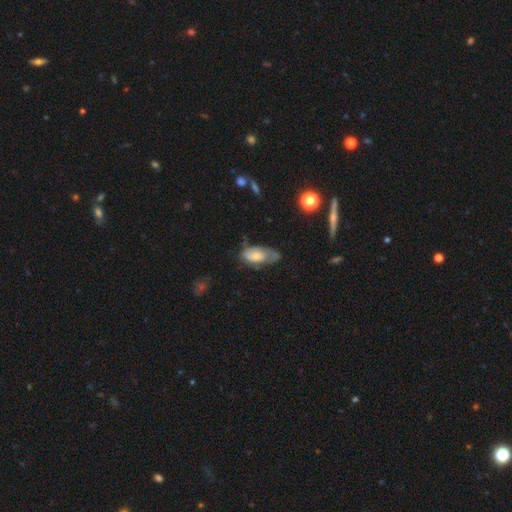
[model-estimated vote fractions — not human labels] The model was most divided on "merging": minor disturbance: 38%, none: 37%, major disturbance: 22%, merger: 3%. More confident: how rounded — in between (91%); smooth or featured — smooth (57%).